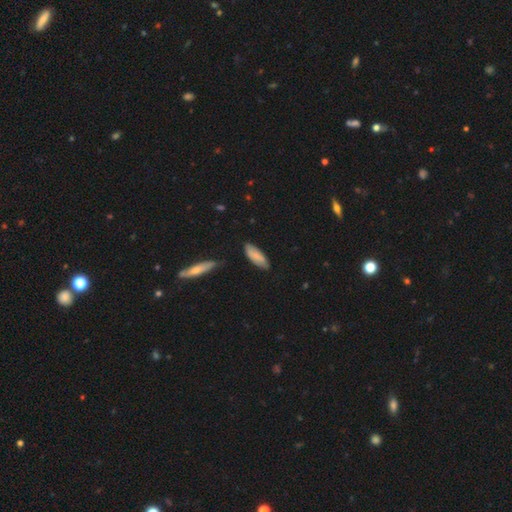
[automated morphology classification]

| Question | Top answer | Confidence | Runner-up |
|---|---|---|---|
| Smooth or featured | smooth | 73% | featured or disk (21%) |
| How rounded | in between | 72% | cigar-shaped (26%) |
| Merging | none | 78% | minor disturbance (16%) |